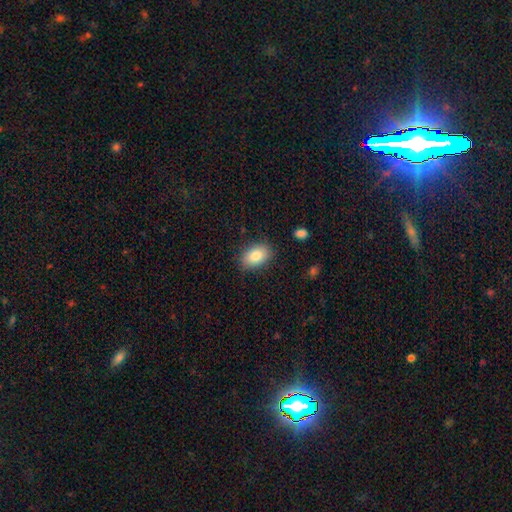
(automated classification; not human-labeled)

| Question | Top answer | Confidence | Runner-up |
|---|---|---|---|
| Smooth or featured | smooth | 85% | featured or disk (8%) |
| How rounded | in between | 87% | round (12%) |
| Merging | none | 84% | minor disturbance (12%) |